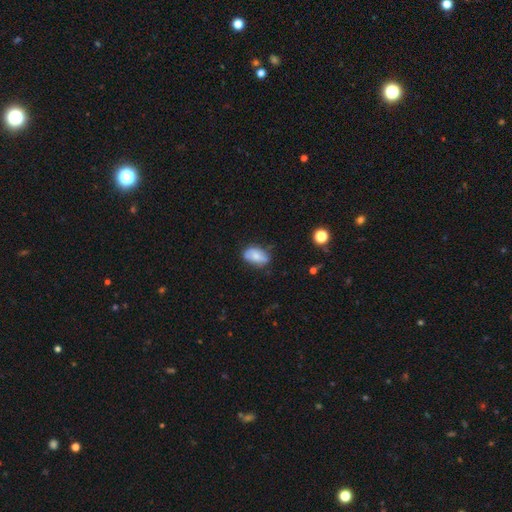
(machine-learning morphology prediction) Overall: smooth (67%). How rounded: in between (90%). Merging: none (63%; minor disturbance 28%).